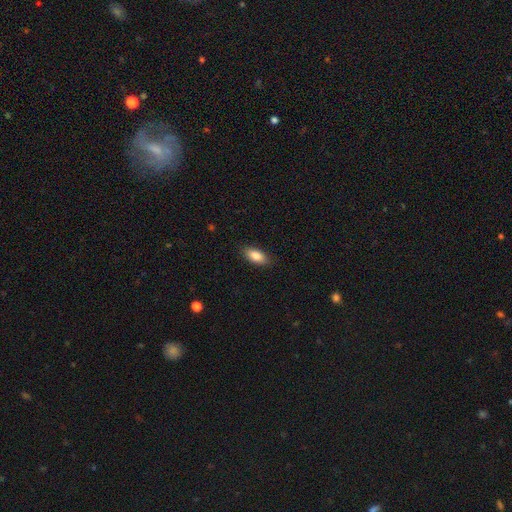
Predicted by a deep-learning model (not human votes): The model was most divided on "merging": none: 87%, minor disturbance: 10%, major disturbance: 2%, merger: 1%. More confident: how rounded — in between (87%); smooth or featured — smooth (86%).